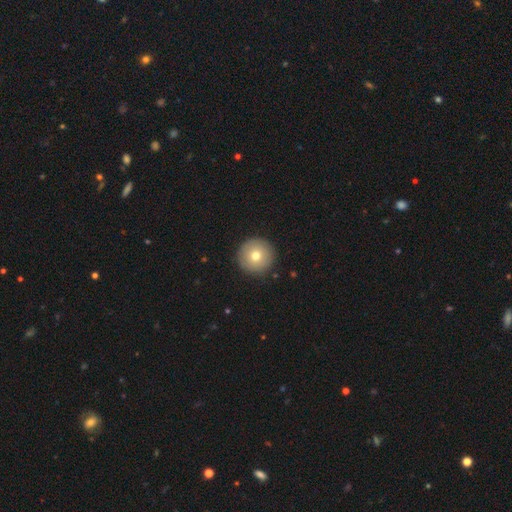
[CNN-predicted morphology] This appears to be a smooth galaxy with no disk features (73%) that is round (97%). Merging: none (91%).